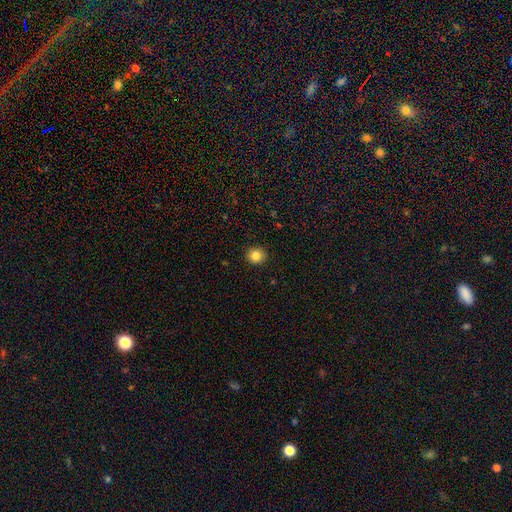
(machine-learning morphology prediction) smooth-or-featured: smooth: 84% | star or artifact: 11% | featured or disk: 6%
  how-rounded: round: 90% | in between: 9% | cigar-shaped: 1%
  merging: none: 92% | minor disturbance: 5% | major disturbance: 2% | merger: 1%